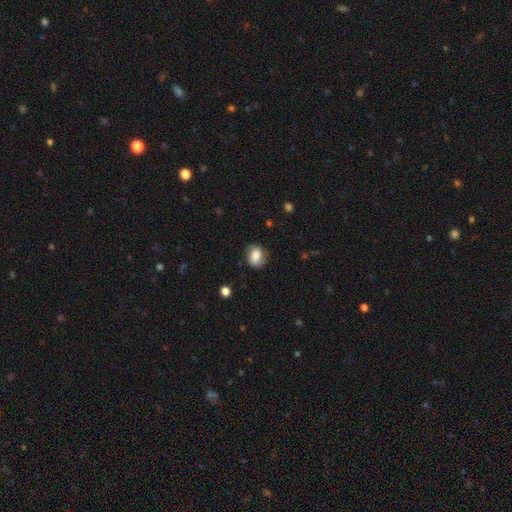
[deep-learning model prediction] smooth 72%, featured or disk 19%, star or artifact 8%. Down the decision tree: how rounded — in between (59%); merging — none (75%).